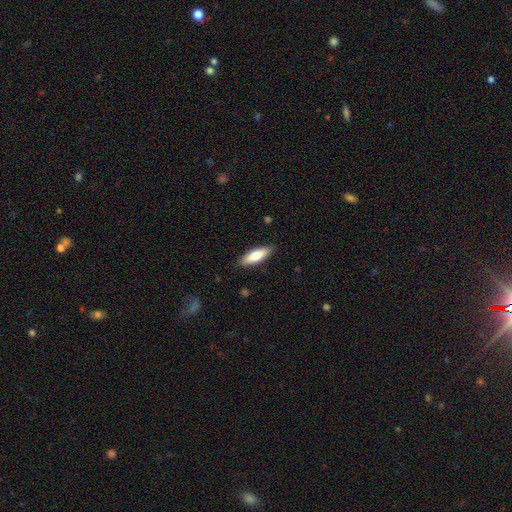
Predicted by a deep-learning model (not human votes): Morphology: type=smooth (74%); roundness=in between (54%); merging=none (88%).